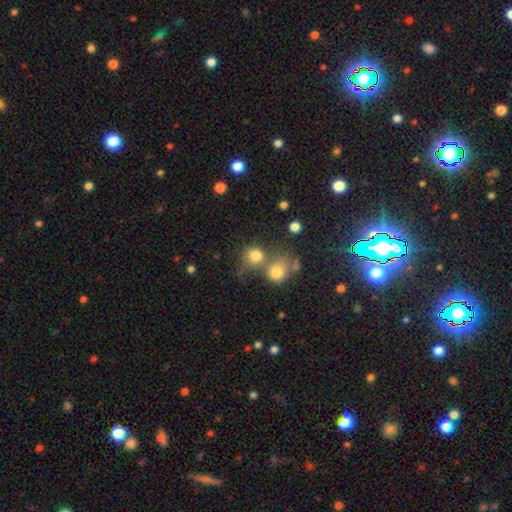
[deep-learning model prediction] The model was most divided on "merging": merger: 44%, none: 40%, minor disturbance: 9%, major disturbance: 7%. More confident: how rounded — round (82%); smooth or featured — smooth (78%).